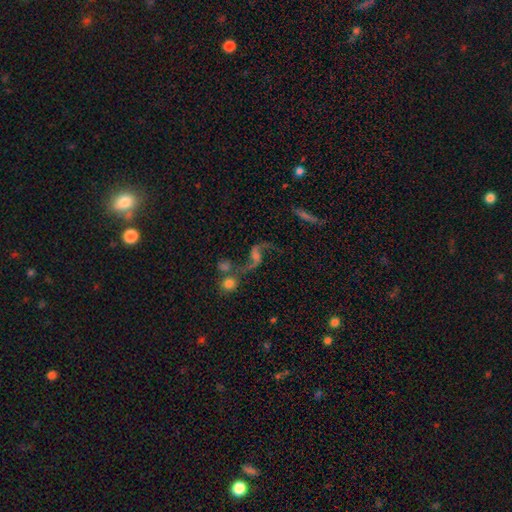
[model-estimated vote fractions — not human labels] This is clearly a featured or disk galaxy (81%). It is clearly not viewed edge-on (96%). Bar: marginally no (45%). Spiral arm pattern: clearly yes (94%). Spiral arm count: clearly 2 (92%). Spiral winding: clearly loose (86%). Central bulge: marginally moderate (32%). Merging: possibly none (50%).